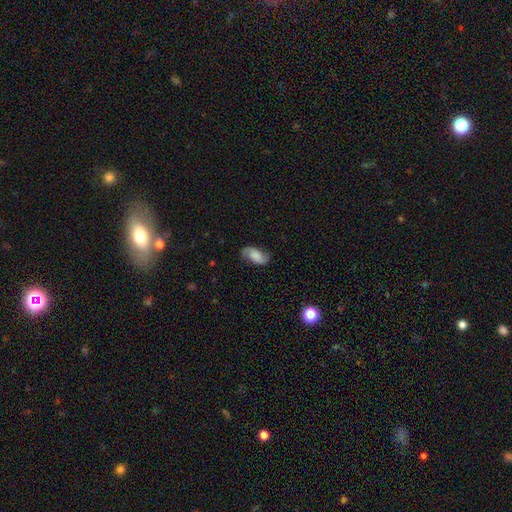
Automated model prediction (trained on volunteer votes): Smooth or featured? Predicted: featured or disk (p=0.51). Edge-on disk? Predicted: no (p=0.95). Merging? Predicted: none (p=0.75).